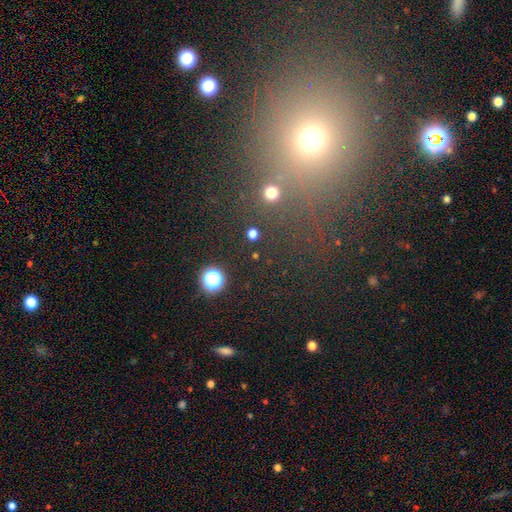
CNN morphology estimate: The model was most divided on "smooth or featured": smooth: 51%, star or artifact: 40%, featured or disk: 9%. More confident: how rounded — round (87%); merging — none (85%).